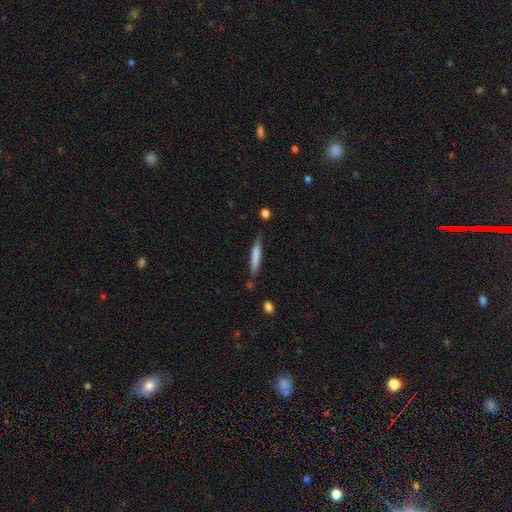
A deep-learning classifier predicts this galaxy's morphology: Smooth or featured?
  - smooth: 74% *
  - featured or disk: 21%
  - star or artifact: 6%
How rounded?
  - cigar-shaped: 91% *
  - in between: 7%
  - round: 1%
Merging?
  - none: 74% *
  - minor disturbance: 19%
  - major disturbance: 3%
  - merger: 3%